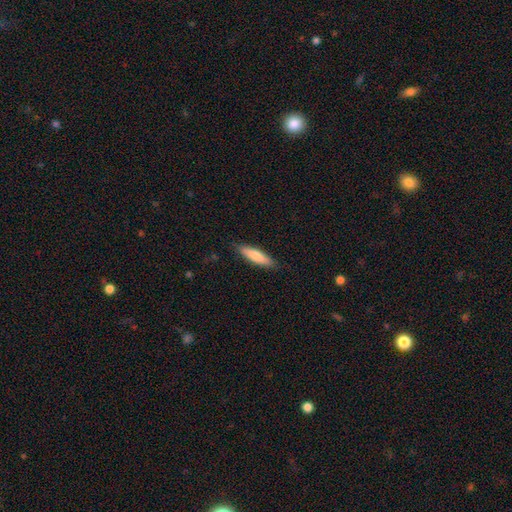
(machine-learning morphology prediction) This appears to be a smooth galaxy with no disk features (75%) that is cigar-shaped (69%). Merging: none (87%).